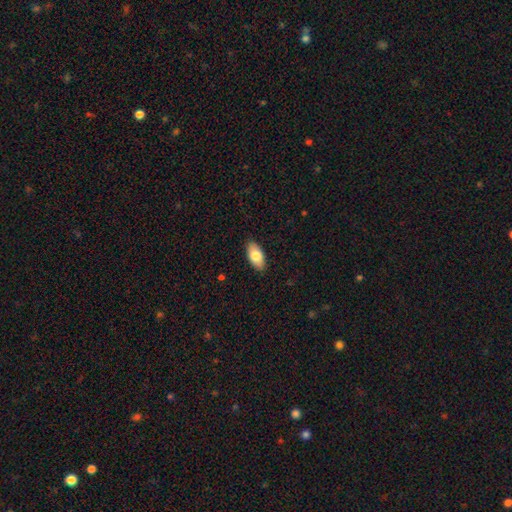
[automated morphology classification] A smooth galaxy with no disk features (79%) that is in between round and cigar-shaped (92%).

Vote fractions:
- Smooth or featured? smooth: 79% / featured or disk: 14% / star or artifact: 6%
- How rounded? in between: 92% / cigar-shaped: 5% / round: 3%
- Merging? none: 89% / minor disturbance: 9% / major disturbance: 2% / merger: 1%